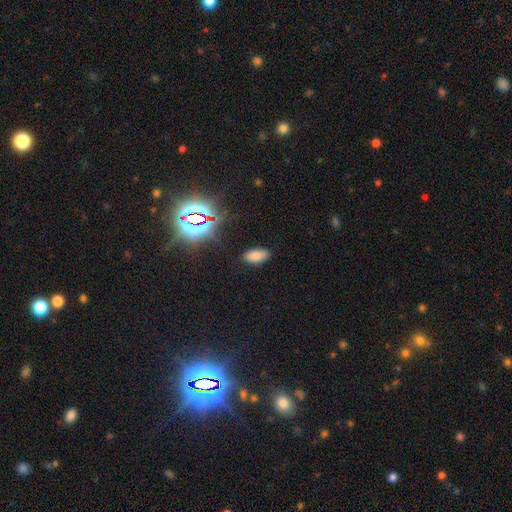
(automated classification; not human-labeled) Smooth or featured: smooth — 76% (star or artifact — 18%)
How rounded: in between — 93% (cigar-shaped — 4%)
Merging: none — 86% (minor disturbance — 10%)